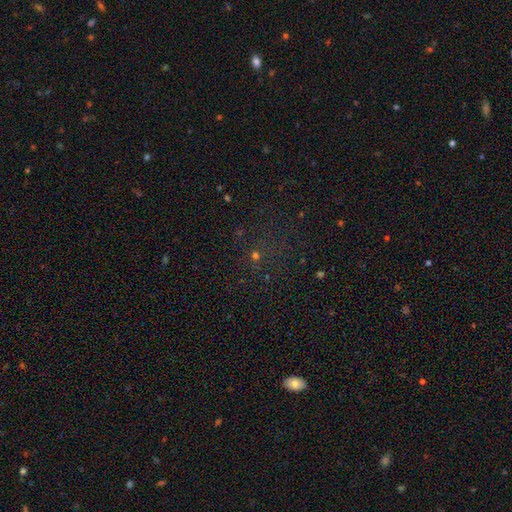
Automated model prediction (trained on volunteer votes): This appears to be a star or artifact, not a galaxy (52%).